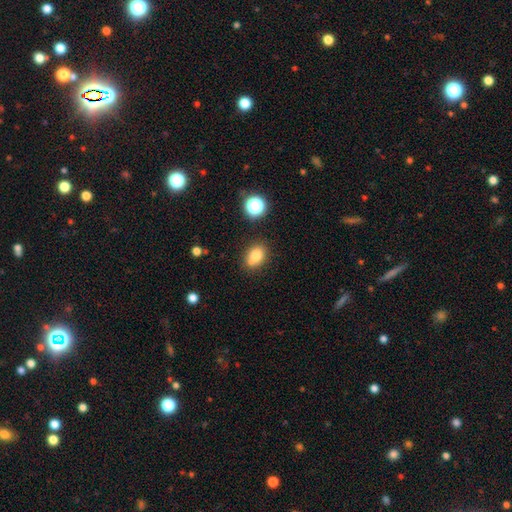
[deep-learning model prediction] Overall: smooth (77%). How rounded: in between (60%; round 39%). Merging: none (63%).